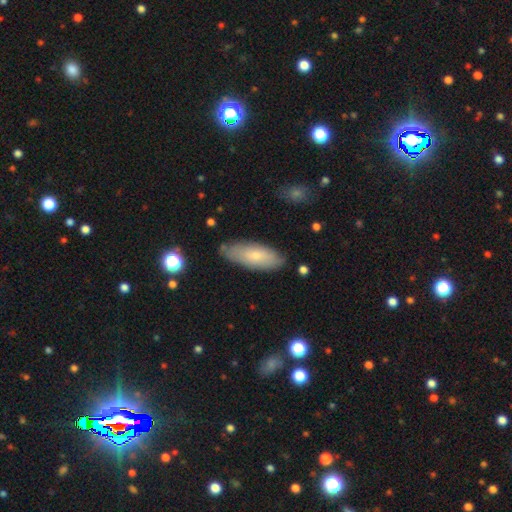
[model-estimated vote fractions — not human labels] Q: Smooth or featured?
A: smooth (69%); runner-up: featured or disk (25%)
Q: How rounded?
A: in between (72%); runner-up: cigar-shaped (26%)
Q: Merging?
A: none (78%); runner-up: minor disturbance (17%)